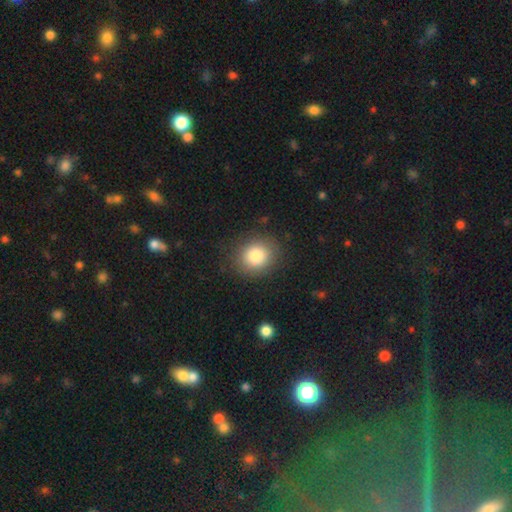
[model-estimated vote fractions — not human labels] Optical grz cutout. It shows a smooth galaxy with no disk features (83%) that is round (78%). Merging: none (86%).